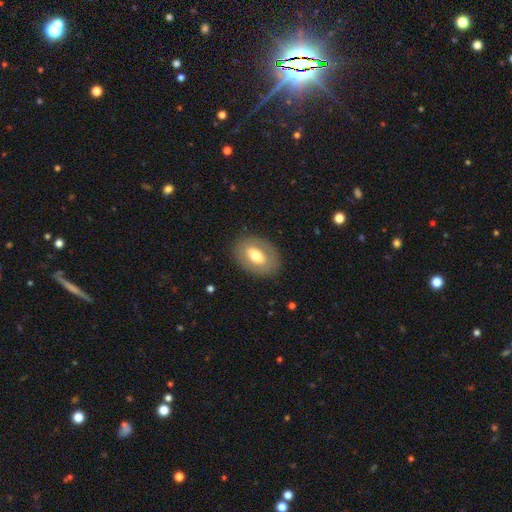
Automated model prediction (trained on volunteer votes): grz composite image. It shows a smooth galaxy with no disk features (59%) that is in between round and cigar-shaped (83%). Merging: none (84%).